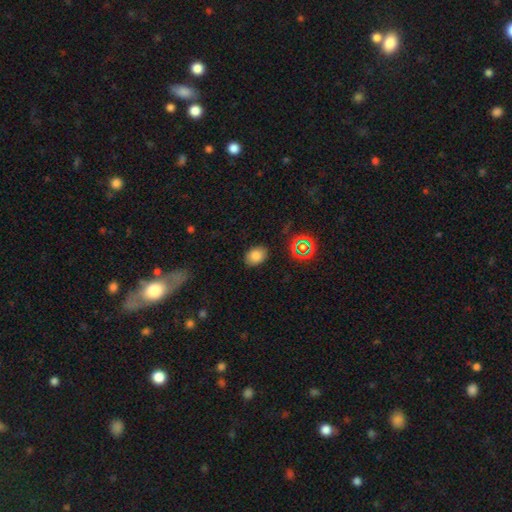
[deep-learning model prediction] Smooth or featured? Predicted: smooth (p=0.78). How rounded? Predicted: in between (p=0.71). Merging? Predicted: none (p=0.86).